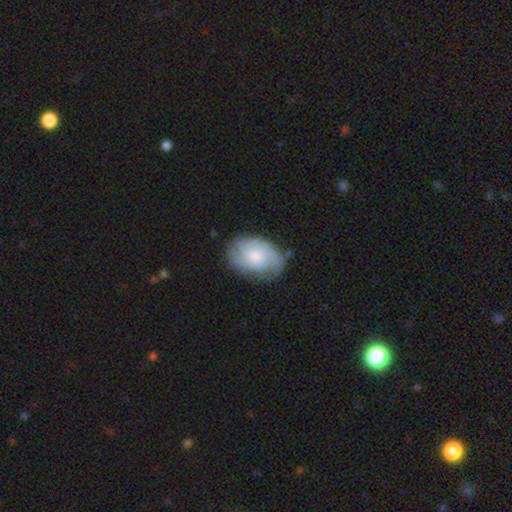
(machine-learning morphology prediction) smooth-or-featured: featured or disk: 64% | smooth: 30% | star or artifact: 6%
  disk-edge-on: no: 97% | yes: 3%
    bar: no: 74% | weak: 24% | strong: 3%
    has-spiral-arms: yes: 88% | no: 12%
      spiral-winding: tight: 52% | medium: 35% | loose: 13%
      spiral-arm-count: can't tell: 38% | 2: 25% | 3: 20% | 4: 8% | 1: 5% | more than 4: 4%
    bulge-size: moderate: 47% | small: 43% | large: 5% | none: 4% | dominant: 1%
  merging: none: 70% | minor disturbance: 22% | major disturbance: 7% | merger: 2%